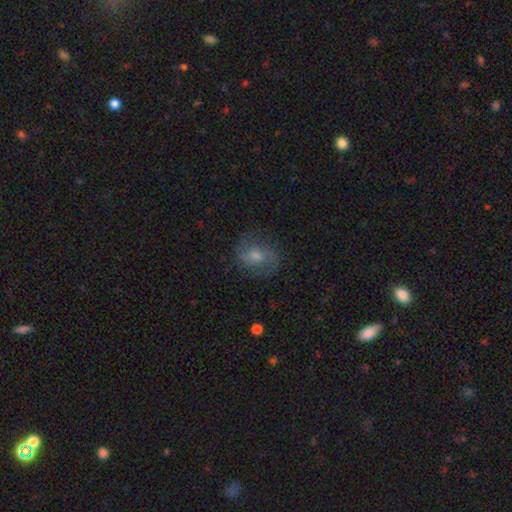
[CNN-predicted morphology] Overall: featured or disk (59%; smooth 28%). Edge-on disk: no (97%). Bar: no (56%; weak 36%). Spiral arms: yes (89%). Spiral arm count: 2 (84%). Spiral winding: medium (51%; tight 25%). Bulge size: moderate (54%; small 34%). Merging: none (77%).